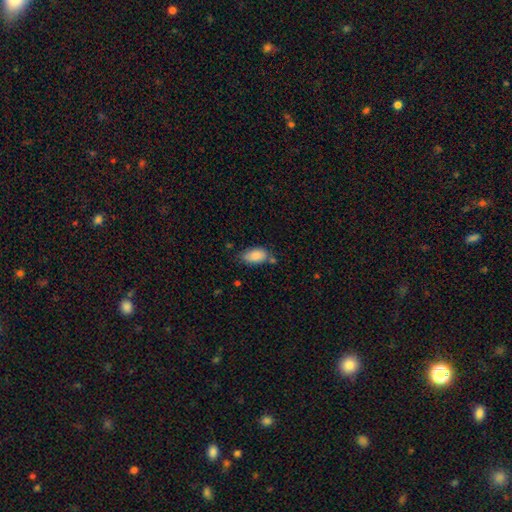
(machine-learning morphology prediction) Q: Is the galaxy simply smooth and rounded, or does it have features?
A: smooth — 87%.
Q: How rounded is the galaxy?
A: in between — 92%.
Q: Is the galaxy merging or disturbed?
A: none — 63%.